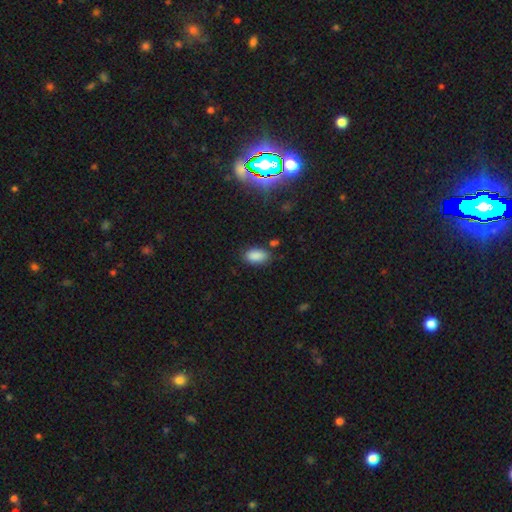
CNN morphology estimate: Overall: smooth (86%). How rounded: in between (92%). Merging: none (77%).